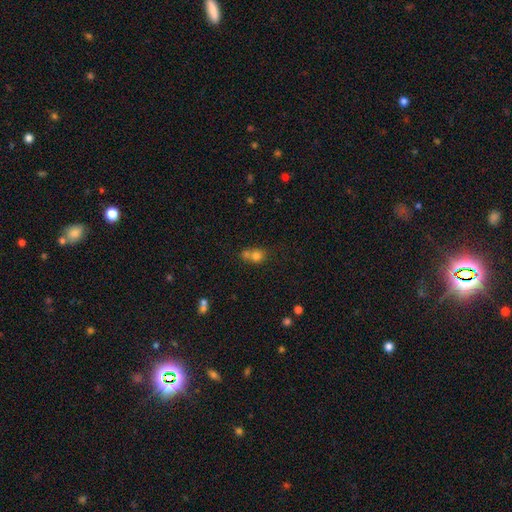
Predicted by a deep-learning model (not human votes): A smooth galaxy with no disk features (75%) that is round (69%).

Vote fractions:
- Smooth or featured? smooth: 75% / star or artifact: 13% / featured or disk: 12%
- How rounded? round: 69% / in between: 30% / cigar-shaped: 1%
- Merging? merger: 52% / none: 34% / minor disturbance: 10% / major disturbance: 4%